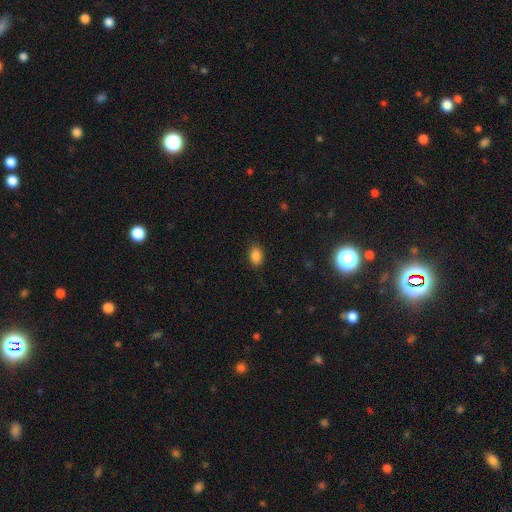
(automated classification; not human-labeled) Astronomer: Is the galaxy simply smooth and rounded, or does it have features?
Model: smooth — 86%.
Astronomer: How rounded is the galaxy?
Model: in between — 84%.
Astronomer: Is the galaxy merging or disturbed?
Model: none — 84%.